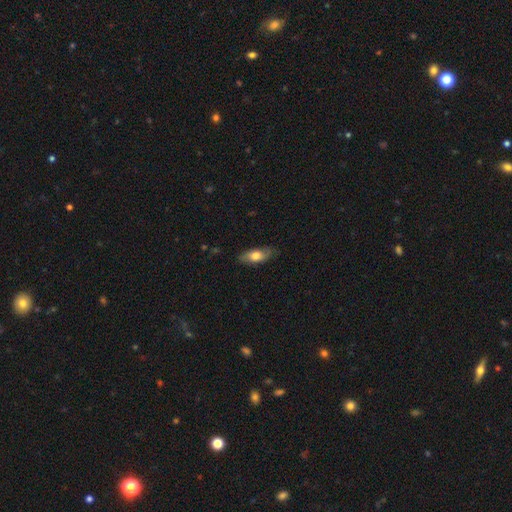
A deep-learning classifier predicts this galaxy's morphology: smooth 66%, featured or disk 28%, star or artifact 6%. Down the decision tree: how rounded — in between (77%); merging — none (80%).